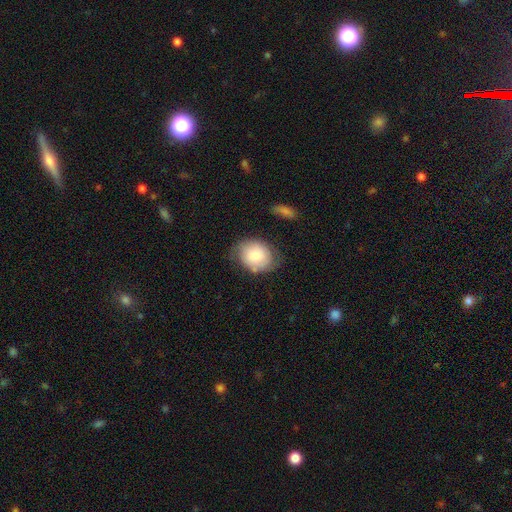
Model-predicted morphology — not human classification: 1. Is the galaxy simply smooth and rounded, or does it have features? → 73% smooth, 20% featured or disk, 7% star or artifact.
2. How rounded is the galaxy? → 54% in between, 45% round, 1% cigar-shaped.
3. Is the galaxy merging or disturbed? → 61% none, 26% minor disturbance, 8% major disturbance, 4% merger.